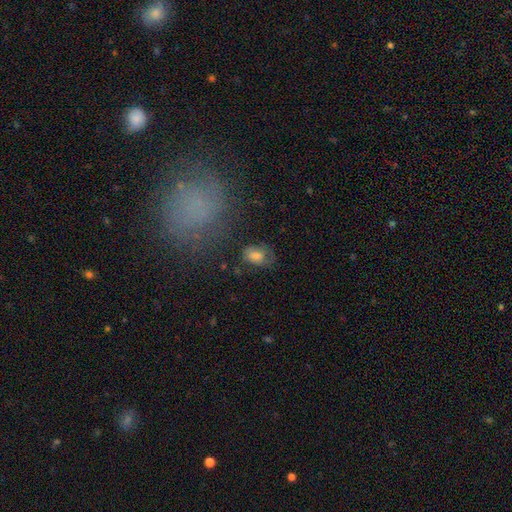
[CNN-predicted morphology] Smooth or featured: smooth — 66% (featured or disk — 20%)
How rounded: in between — 78% (round — 21%)
Merging: none — 55% (minor disturbance — 25%)